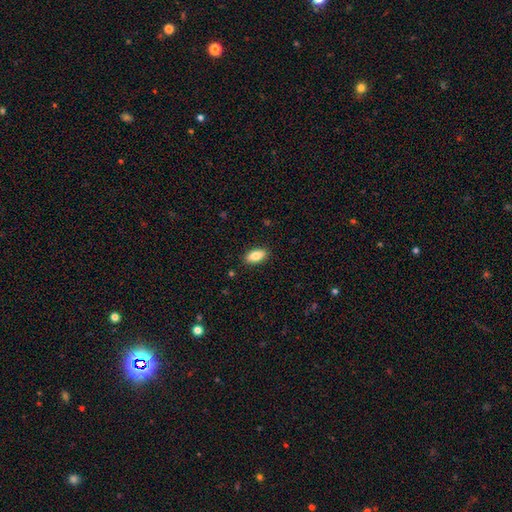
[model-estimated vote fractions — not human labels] smooth_or_featured: smooth (p=0.84) [alt: featured or disk p=0.09]
how_rounded: in between (p=0.89) [alt: cigar-shaped p=0.09]
merging: none (p=0.89) [alt: minor disturbance p=0.08]